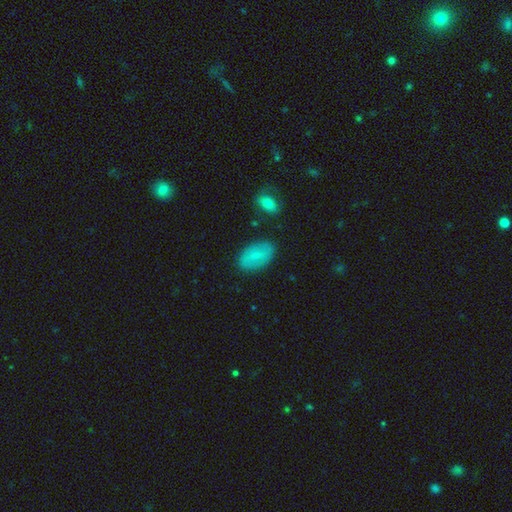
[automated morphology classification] This appears to be a smooth galaxy with no disk features (71%) that is in between round and cigar-shaped (92%). Merging: none (84%).